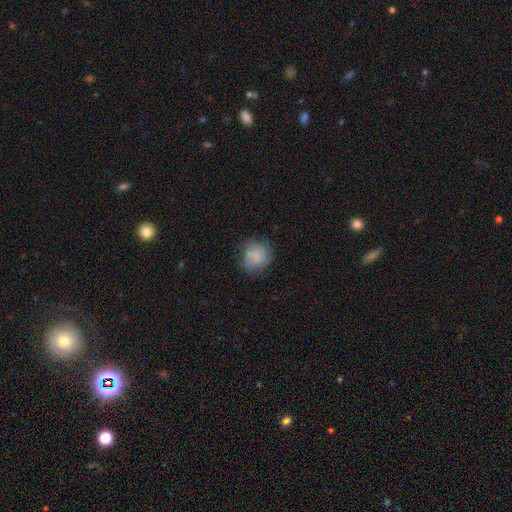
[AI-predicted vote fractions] Smooth or featured? Predicted: smooth (p=0.80). How rounded? Predicted: round (p=0.83). Merging? Predicted: none (p=0.71).